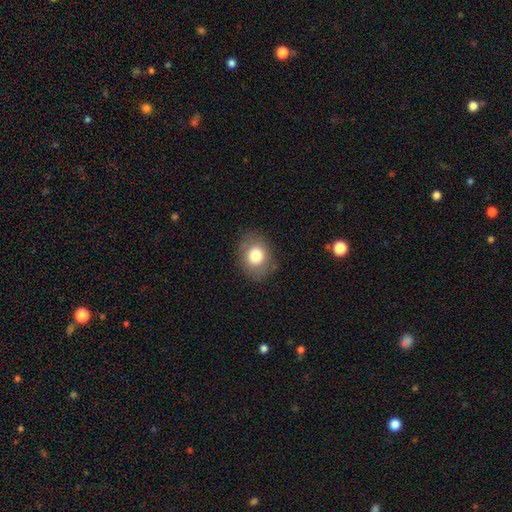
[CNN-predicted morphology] This is likely a smooth galaxy (78%). How rounded: possibly round (50%). Merging: clearly none (84%).